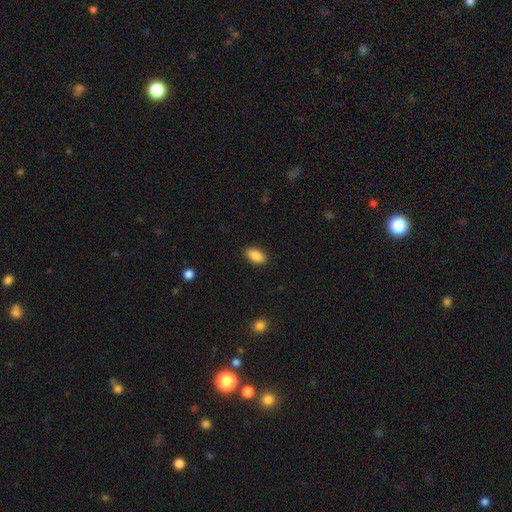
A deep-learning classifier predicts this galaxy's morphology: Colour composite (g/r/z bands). It shows a smooth galaxy with no disk features (89%) that is in between round and cigar-shaped (92%). Merging: none (89%).